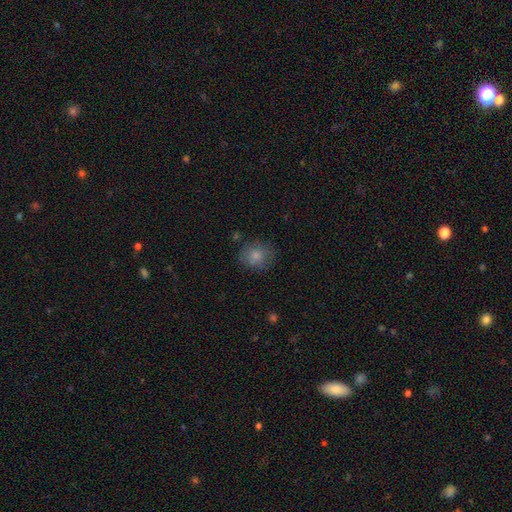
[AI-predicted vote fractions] Q: Smooth or featured?
A: smooth (82%); runner-up: featured or disk (9%)
Q: How rounded?
A: round (79%); runner-up: in between (20%)
Q: Merging?
A: none (76%); runner-up: minor disturbance (16%)